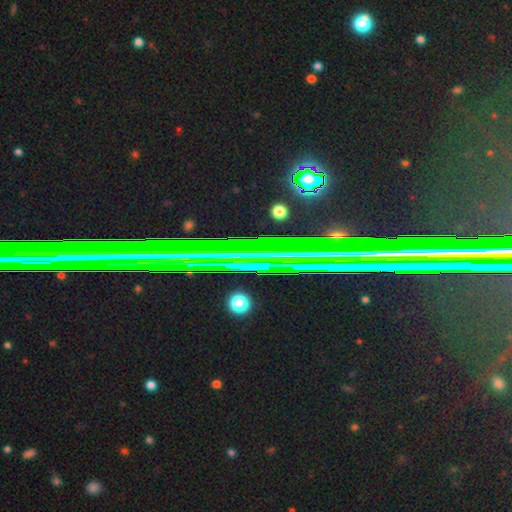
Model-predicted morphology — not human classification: A star or artifact, not a galaxy (73%).